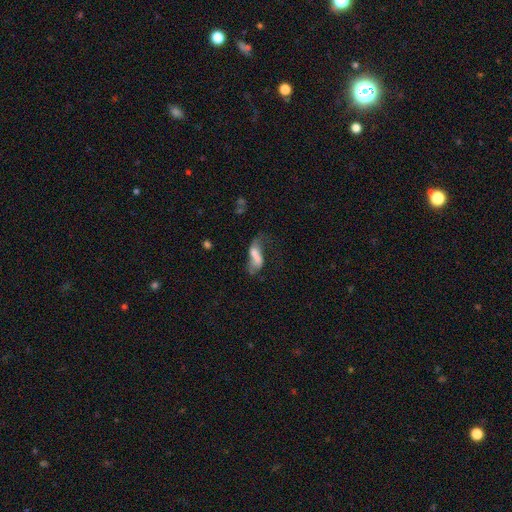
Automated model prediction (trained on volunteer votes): Morphology: type=smooth (48%); merging=merger (45%).